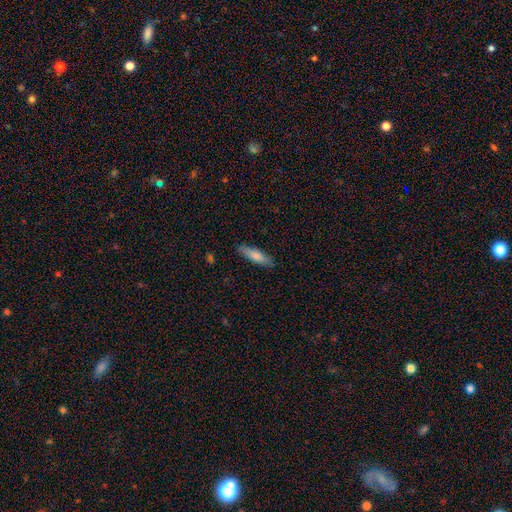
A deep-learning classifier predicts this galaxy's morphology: Smooth or featured: smooth — 78% (featured or disk — 17%)
How rounded: cigar-shaped — 67% (in between — 31%)
Merging: none — 86% (minor disturbance — 11%)